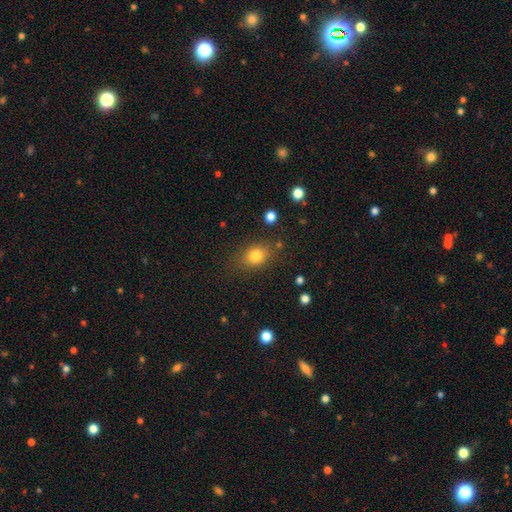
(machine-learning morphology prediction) This is clearly a smooth galaxy (80%). How rounded: possibly in between (57%). Merging: likely none (79%).